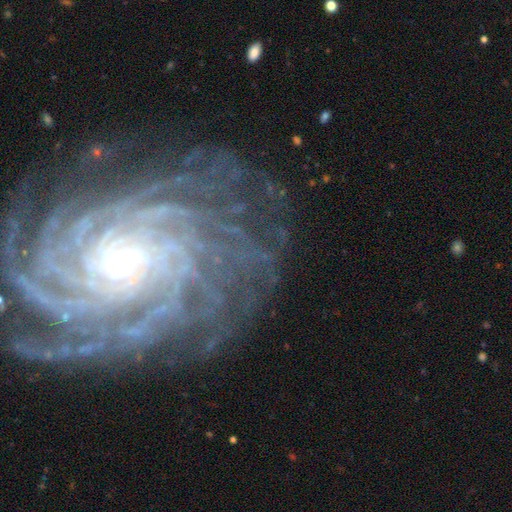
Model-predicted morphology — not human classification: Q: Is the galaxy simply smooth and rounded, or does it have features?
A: featured or disk — 83%.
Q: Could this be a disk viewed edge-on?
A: no — 96%.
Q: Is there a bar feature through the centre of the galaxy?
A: no — 64%.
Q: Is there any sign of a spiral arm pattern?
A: yes — 97%.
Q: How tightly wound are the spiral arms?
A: tight — 76%.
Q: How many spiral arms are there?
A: more than 4 — 39%.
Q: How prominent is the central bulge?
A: small — 84%.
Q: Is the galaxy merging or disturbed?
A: none — 72%.